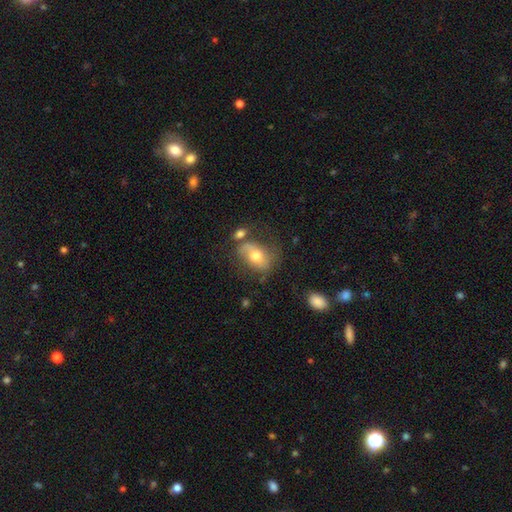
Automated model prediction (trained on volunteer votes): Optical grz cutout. It shows a smooth galaxy with no disk features (50%). Merging: none (47%).